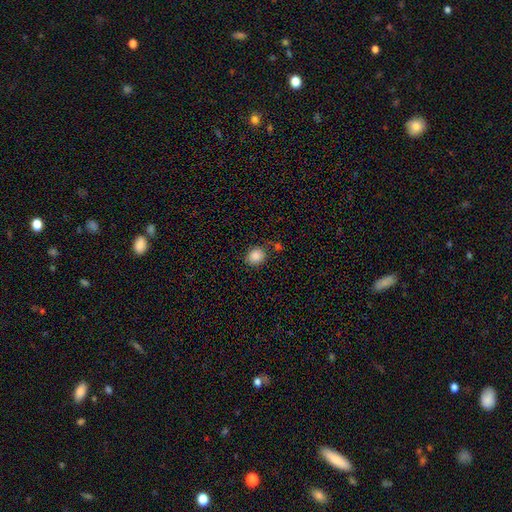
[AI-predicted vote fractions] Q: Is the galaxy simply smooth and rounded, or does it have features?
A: smooth — 86%.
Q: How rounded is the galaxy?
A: round — 68%.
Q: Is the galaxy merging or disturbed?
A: none — 79%.